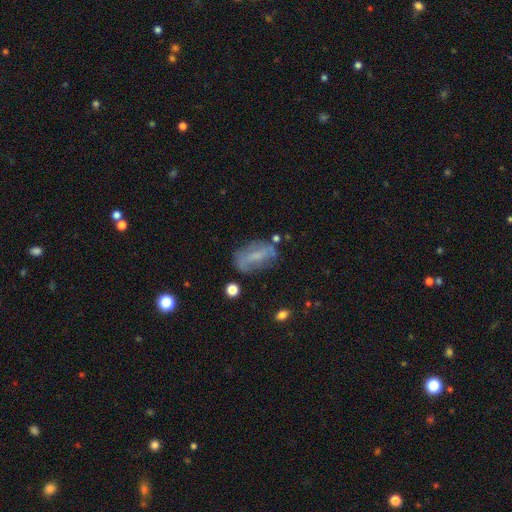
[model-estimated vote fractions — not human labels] smooth_or_featured: featured or disk (p=0.46) [alt: smooth p=0.43]
merging: none (p=0.59) [alt: minor disturbance p=0.24]